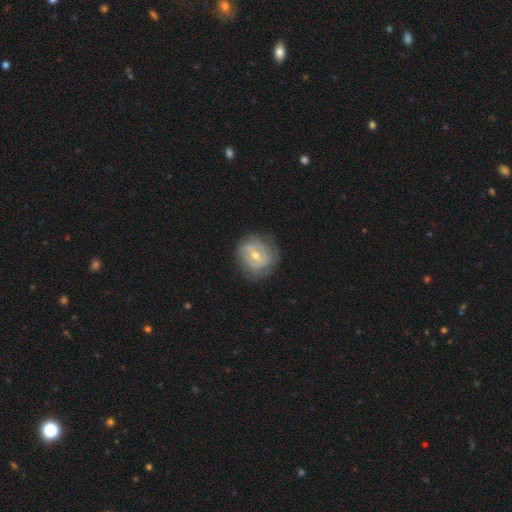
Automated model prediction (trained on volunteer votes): smooth_or_featured: featured or disk (p=0.68) [alt: smooth p=0.26]
disk_edge_on: no (p=0.97) [alt: yes p=0.03]
bar: weak (p=0.51) [alt: no p=0.31]
has_spiral_arms: yes (p=0.74) [alt: no p=0.26]
bulge_size: moderate (p=0.63) [alt: small p=0.33]
merging: none (p=0.73) [alt: minor disturbance p=0.19]